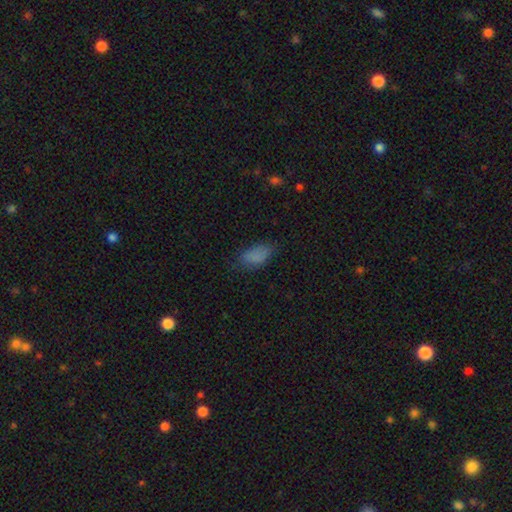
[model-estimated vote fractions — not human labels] Smooth or featured?
  - smooth: 82% *
  - star or artifact: 11%
  - featured or disk: 7%
How rounded?
  - in between: 92% *
  - cigar-shaped: 4%
  - round: 3%
Merging?
  - none: 68% *
  - minor disturbance: 23%
  - major disturbance: 7%
  - merger: 1%